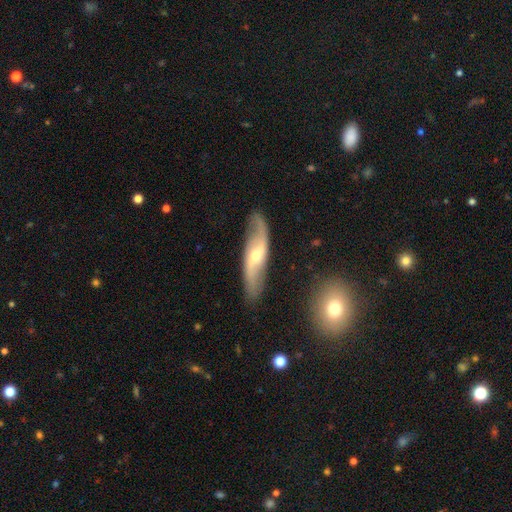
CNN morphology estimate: type=featured or disk (77%); edge-on=no (81%); bar=weak (44%); spiral arms=yes (91%); winding=loose (73%); arm count=2 (90%); bulge=moderate (48%); merging=none (81%).